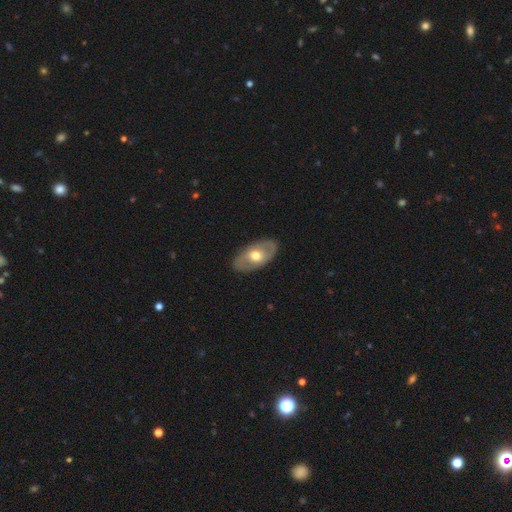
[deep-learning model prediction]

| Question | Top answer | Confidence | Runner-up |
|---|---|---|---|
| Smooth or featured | featured or disk | 58% | smooth (37%) |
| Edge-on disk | no | 89% | yes (11%) |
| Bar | no | 70% | weak (23%) |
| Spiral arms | no | 54% | yes (46%) |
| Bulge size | moderate | 75% | large (12%) |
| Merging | none | 86% | minor disturbance (10%) |